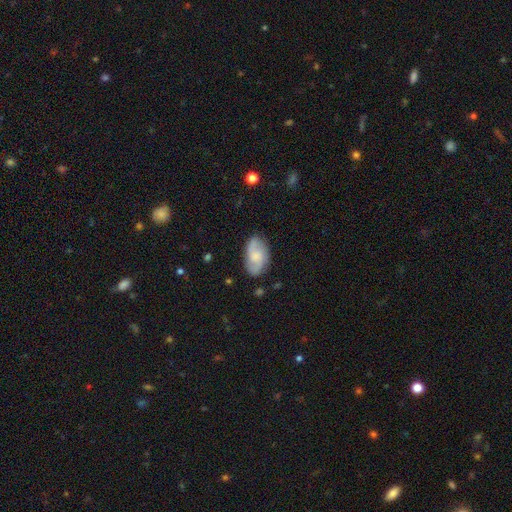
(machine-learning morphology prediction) A featured or disk galaxy (55%) with no bar (57%), spiral arms (90%) and a small central bulge (34%).

Vote fractions:
- Smooth or featured? featured or disk: 55% / smooth: 38% / star or artifact: 7%
- Edge-on disk? no: 96% / yes: 4%
- Bar? no: 57% / weak: 38% / strong: 6%
- Spiral arms? yes: 90% / no: 10%
- Bulge size? small: 34% / moderate: 32% / none: 25% / large: 7% / dominant: 2%
- Merging? none: 79% / minor disturbance: 16% / major disturbance: 4% / merger: 2%